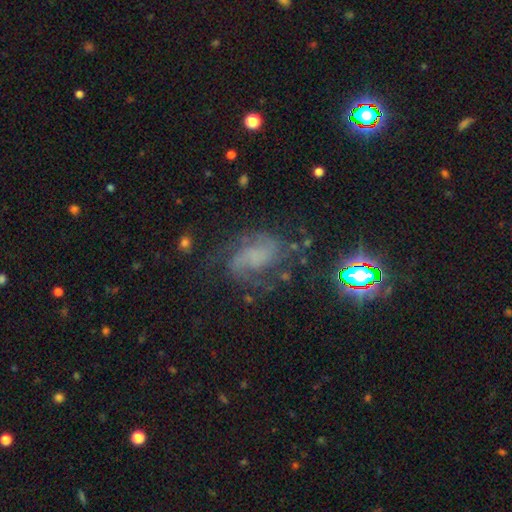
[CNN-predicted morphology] Smooth or featured? Predicted: featured or disk (p=0.65). Edge-on disk? Predicted: no (p=0.97). Bar? Predicted: no (p=0.62). Spiral arms? Predicted: yes (p=0.90). Spiral winding? Predicted: medium (p=0.47). Spiral arm count? Predicted: 2 (p=0.61). Bulge size? Predicted: none (p=0.57). Merging? Predicted: none (p=0.60).